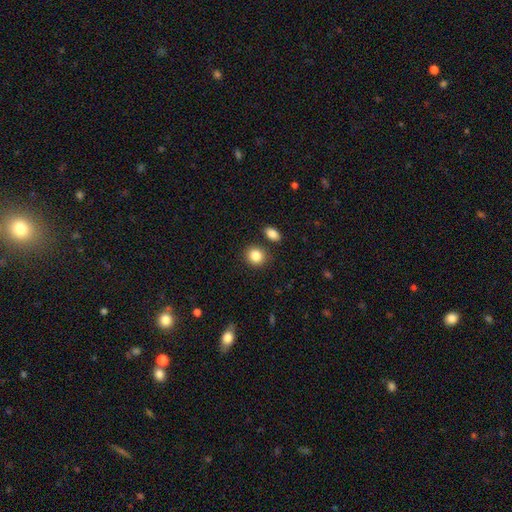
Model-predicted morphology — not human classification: smooth 87%, star or artifact 9%, featured or disk 5%. Down the decision tree: how rounded — round (76%); merging — none (81%).